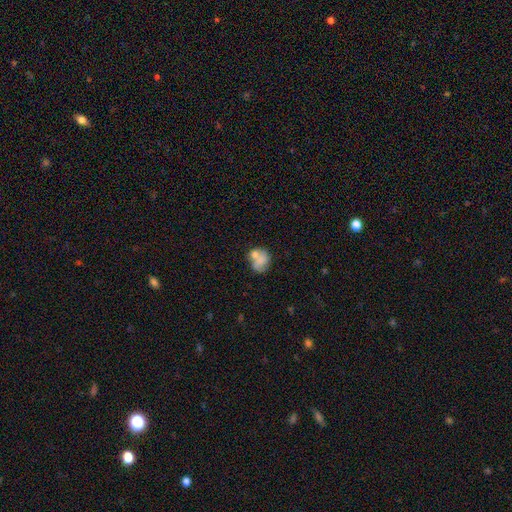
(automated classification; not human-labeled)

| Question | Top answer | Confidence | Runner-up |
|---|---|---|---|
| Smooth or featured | smooth | 55% | featured or disk (34%) |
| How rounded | round | 56% | in between (42%) |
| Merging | none | 38% | merger (32%) |